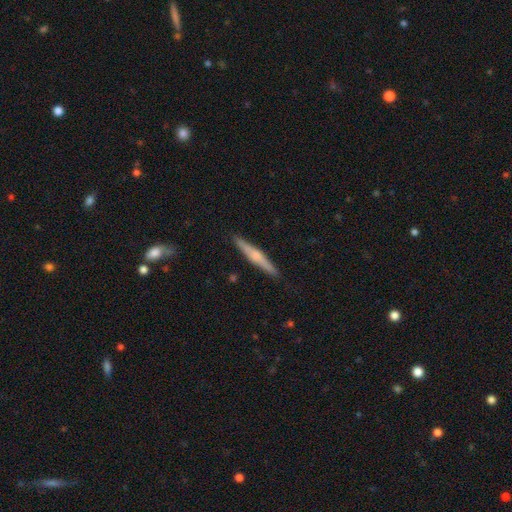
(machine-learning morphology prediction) Smooth or featured? featured or disk (53%)
Edge-on disk? yes (97%)
Edge-on bulge? rounded (66%)
Merging? none (90%)